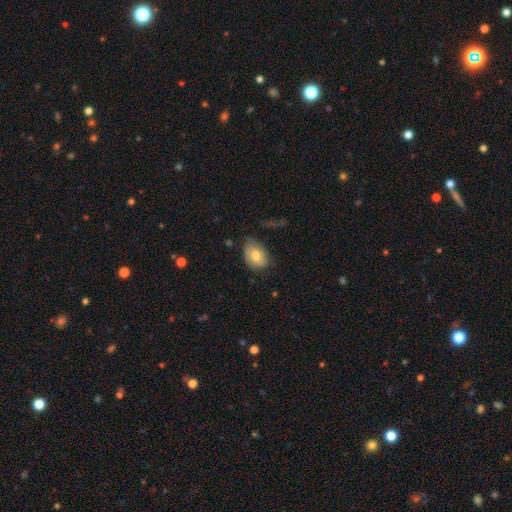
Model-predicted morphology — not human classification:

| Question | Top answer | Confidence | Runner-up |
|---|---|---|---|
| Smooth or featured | smooth | 77% | featured or disk (16%) |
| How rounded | in between | 79% | round (20%) |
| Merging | none | 59% | minor disturbance (32%) |